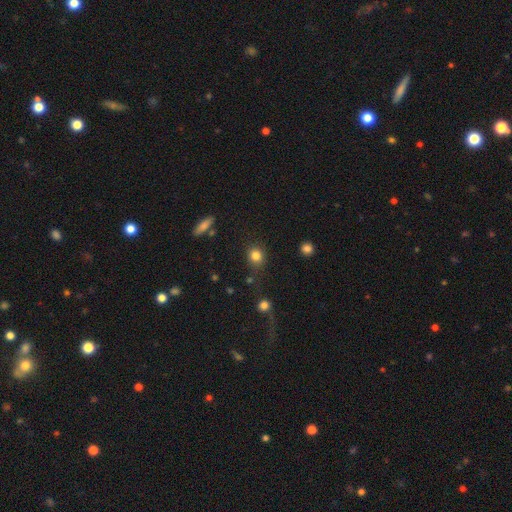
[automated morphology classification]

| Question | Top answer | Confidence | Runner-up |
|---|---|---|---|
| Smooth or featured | smooth | 83% | star or artifact (12%) |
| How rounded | round | 77% | in between (21%) |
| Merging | none | 78% | minor disturbance (13%) |